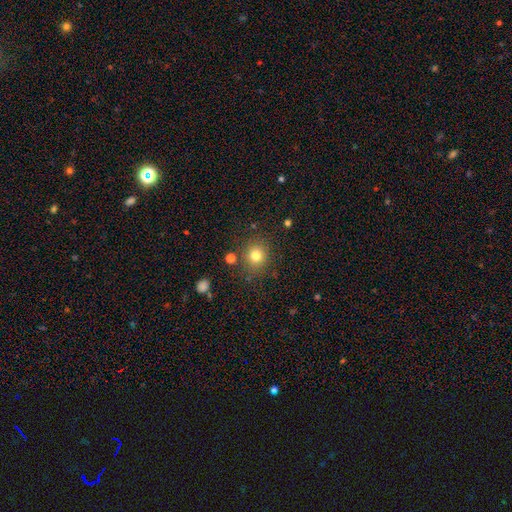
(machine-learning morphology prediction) A smooth galaxy with no disk features (79%) that is round (87%). Merging: none (84%).